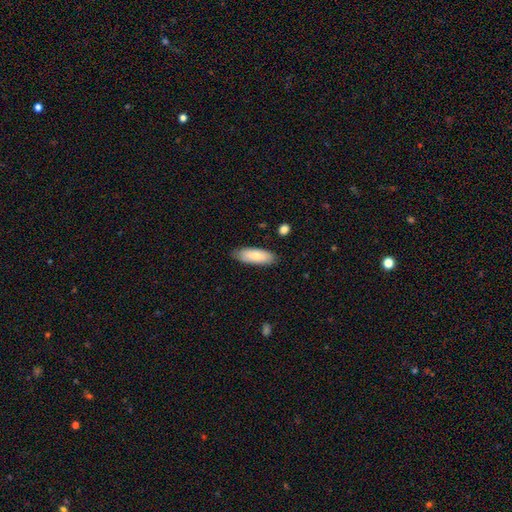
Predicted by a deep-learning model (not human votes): A smooth galaxy with no disk features (79%) that is in between round and cigar-shaped (70%).

Vote fractions:
- Smooth or featured? smooth: 79% / featured or disk: 15% / star or artifact: 6%
- How rounded? in between: 70% / cigar-shaped: 28% / round: 2%
- Merging? none: 83% / minor disturbance: 13% / major disturbance: 2% / merger: 1%